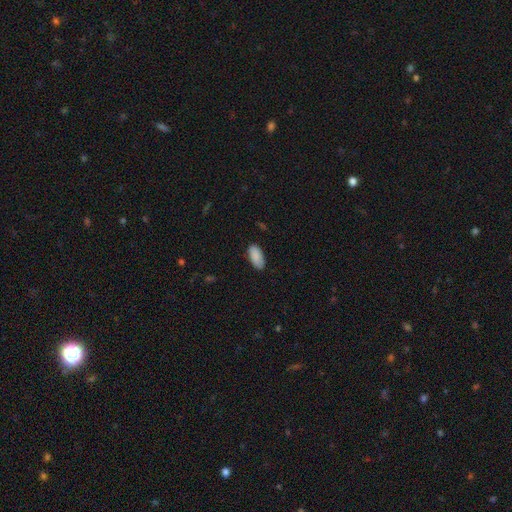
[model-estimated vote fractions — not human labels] A smooth galaxy with no disk features (89%) that is in between round and cigar-shaped (94%).

Vote fractions:
- Smooth or featured? smooth: 89% / star or artifact: 6% / featured or disk: 5%
- How rounded? in between: 94% / cigar-shaped: 4% / round: 2%
- Merging? none: 85% / minor disturbance: 12% / major disturbance: 2% / merger: 1%